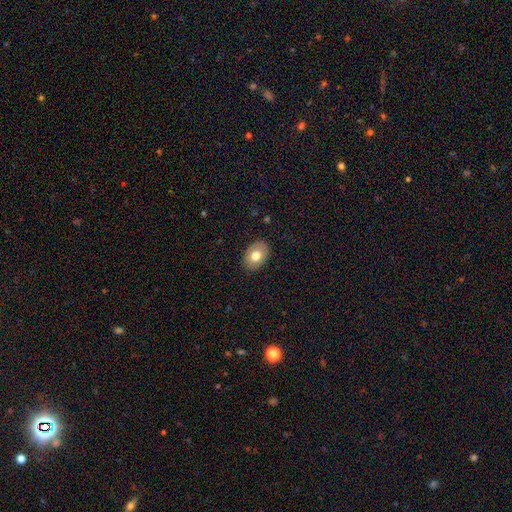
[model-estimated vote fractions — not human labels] Smooth or featured? Predicted: smooth (p=0.74). How rounded? Predicted: in between (p=0.76). Merging? Predicted: none (p=0.87).